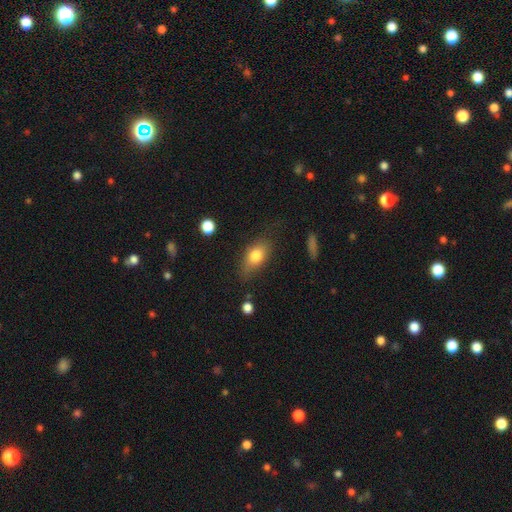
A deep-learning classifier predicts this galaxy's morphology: A smooth galaxy with no disk features (76%) that is in between round and cigar-shaped (79%).

Vote fractions:
- Smooth or featured? smooth: 76% / featured or disk: 16% / star or artifact: 8%
- How rounded? in between: 79% / round: 14% / cigar-shaped: 7%
- Merging? none: 65% / minor disturbance: 25% / major disturbance: 8% / merger: 2%